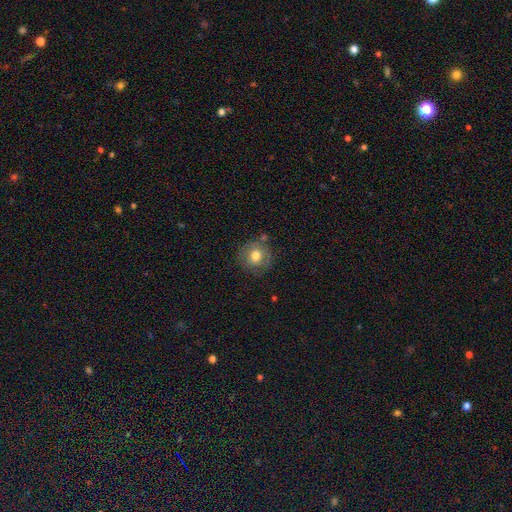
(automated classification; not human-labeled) A smooth galaxy with no disk features (75%) that is round (91%). Merging: none (77%).